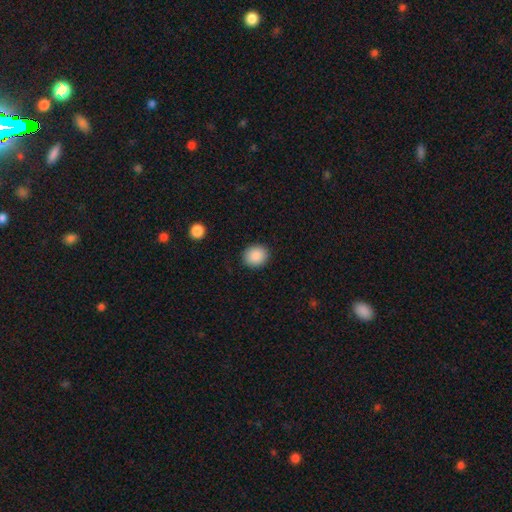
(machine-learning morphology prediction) type=smooth (89%); roundness=round (74%); merging=none (91%).